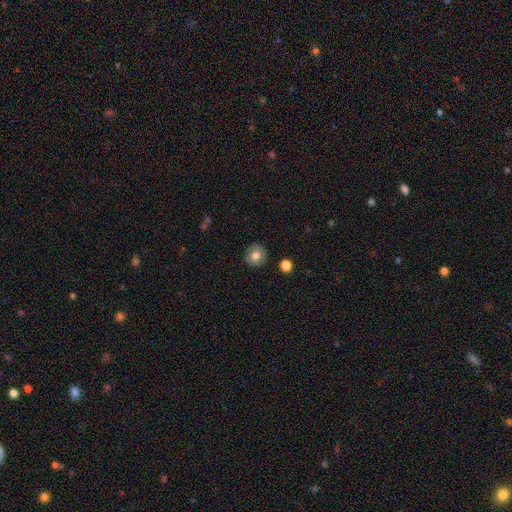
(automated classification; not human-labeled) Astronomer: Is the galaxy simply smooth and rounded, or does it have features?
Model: smooth — 74%.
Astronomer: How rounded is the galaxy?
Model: round — 91%.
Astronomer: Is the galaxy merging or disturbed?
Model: none — 89%.